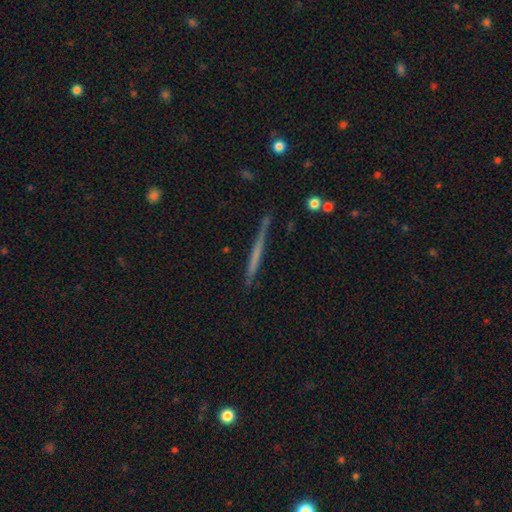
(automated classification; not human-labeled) Smooth or featured? featured or disk (51%)
Edge-on disk? yes (97%)
Merging? none (87%)